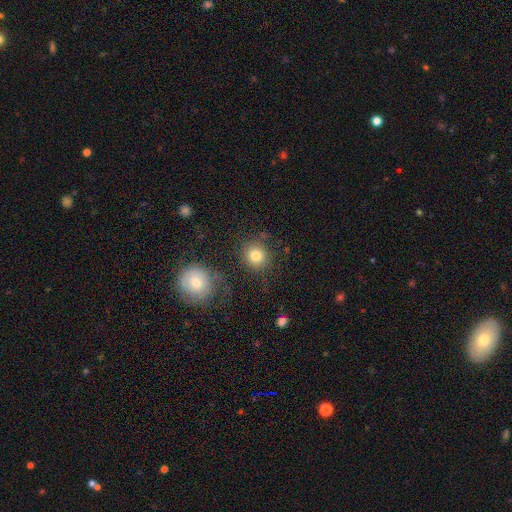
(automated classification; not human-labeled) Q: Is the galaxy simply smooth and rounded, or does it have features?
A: smooth — 82%.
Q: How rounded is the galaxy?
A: round — 87%.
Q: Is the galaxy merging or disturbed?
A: none — 75%.